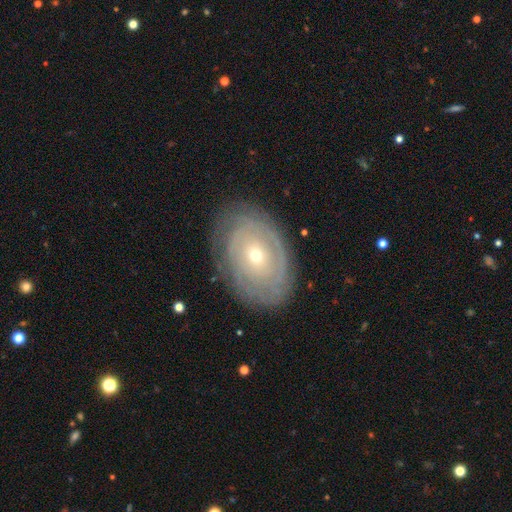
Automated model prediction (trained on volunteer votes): Smooth or featured? featured or disk (72%)
Edge-on disk? no (94%)
Bar? no (82%)
Spiral arms? yes (71%)
Bulge size? small (64%)
Merging? none (81%)